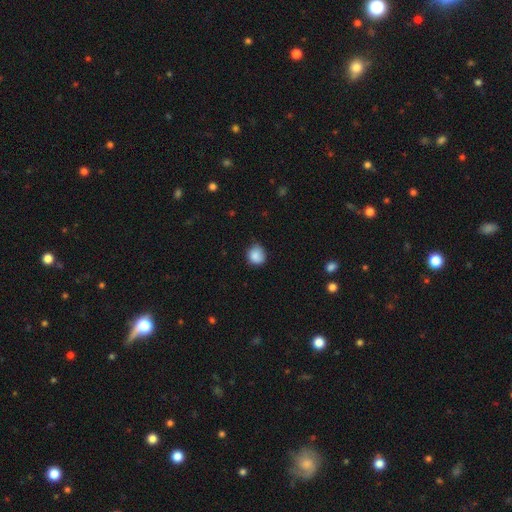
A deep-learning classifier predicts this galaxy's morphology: Q: Smooth or featured?
A: smooth (86%); runner-up: star or artifact (9%)
Q: How rounded?
A: round (82%); runner-up: in between (17%)
Q: Merging?
A: none (68%); runner-up: minor disturbance (27%)